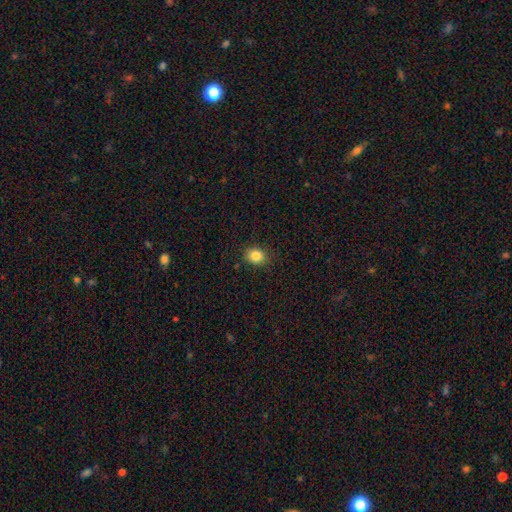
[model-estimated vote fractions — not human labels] smooth_or_featured: smooth (p=0.85) [alt: star or artifact p=0.10]
how_rounded: round (p=0.53) [alt: in between p=0.46]
merging: none (p=0.87) [alt: minor disturbance p=0.09]